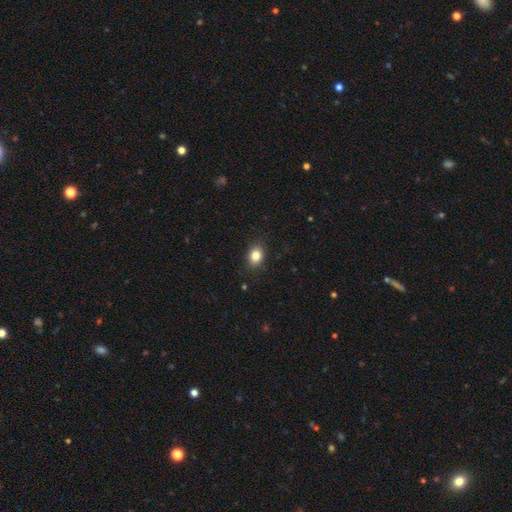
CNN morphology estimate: Smooth or featured? smooth (84%)
How rounded? in between (62%)
Merging? none (87%)